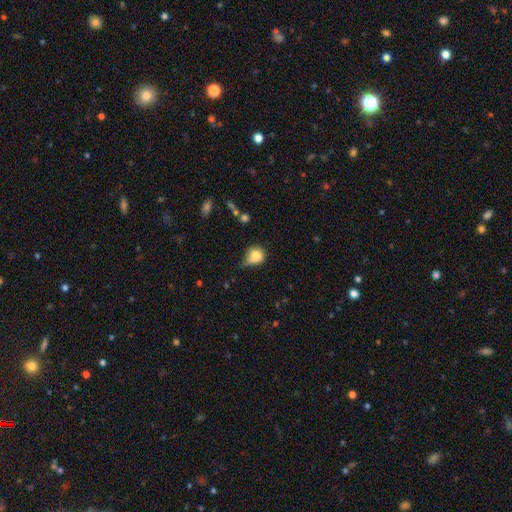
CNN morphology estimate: Smooth or featured: smooth — 78% (featured or disk — 12%)
How rounded: round — 73% (in between — 26%)
Merging: minor disturbance — 45% (none — 33%)